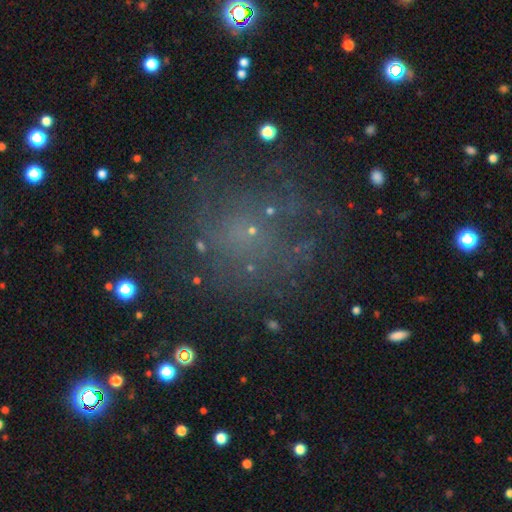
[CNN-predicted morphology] Smooth or featured?
  - smooth: 40% * (tied)
  - star or artifact: 40% * (tied)
  - featured or disk: 20%
Merging?
  - none: 71% *
  - minor disturbance: 14%
  - major disturbance: 11%
  - merger: 3%